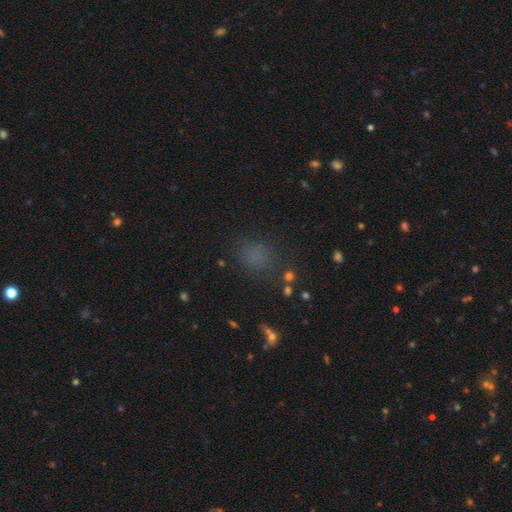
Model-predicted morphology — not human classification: A smooth galaxy with no disk features (70%) that is round (61%). Merging: none (76%).